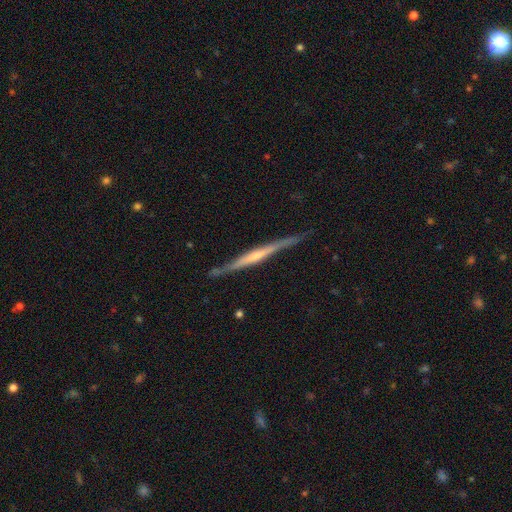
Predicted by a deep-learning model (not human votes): Smooth or featured: featured or disk — 81% (smooth — 14%)
Edge-on disk: yes — 98% (no — 2%)
Edge-on bulge: rounded — 65% (none — 23%)
Merging: none — 89% (minor disturbance — 9%)